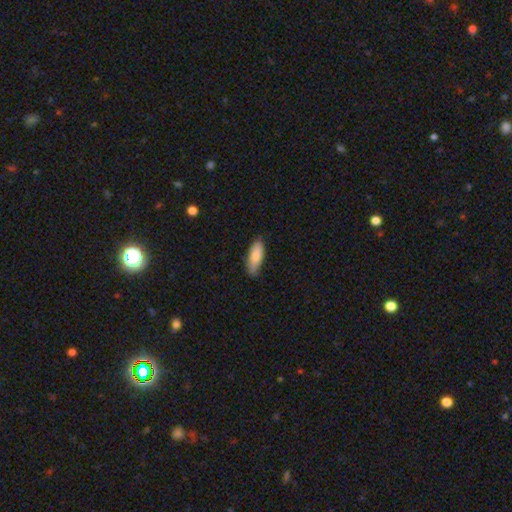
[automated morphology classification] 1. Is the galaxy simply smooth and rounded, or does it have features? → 82% smooth, 12% featured or disk, 6% star or artifact.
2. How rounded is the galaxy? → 69% in between, 29% cigar-shaped, 2% round.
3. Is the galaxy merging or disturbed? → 78% none, 18% minor disturbance, 3% major disturbance, 1% merger.